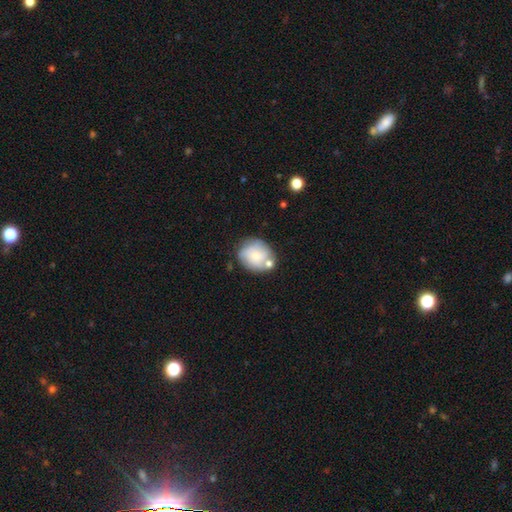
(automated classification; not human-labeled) Smooth or featured? smooth (60%)
How rounded? round (62%)
Merging? none (54%)